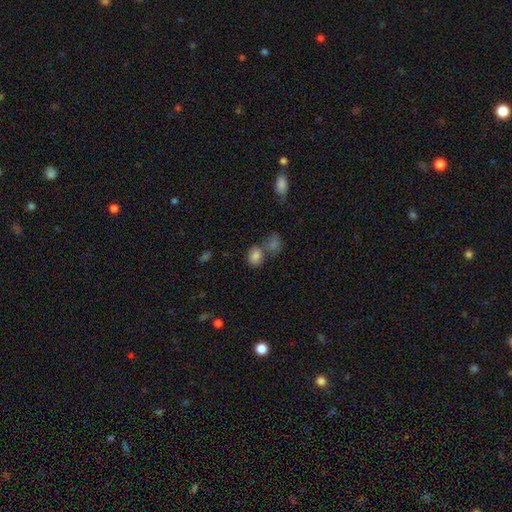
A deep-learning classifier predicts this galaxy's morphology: Overall: smooth (82%). How rounded: in between (50%; round 49%). Merging: none (47%; merger 37%).